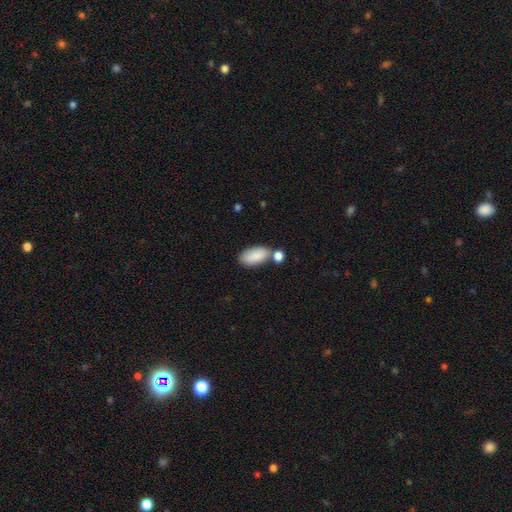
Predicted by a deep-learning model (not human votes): A smooth galaxy with no disk features (87%) that is in between round and cigar-shaped (92%). Merging: none (55%).